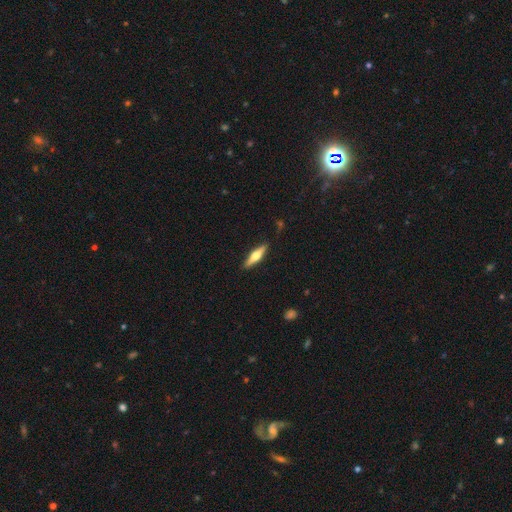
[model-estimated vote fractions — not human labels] featured or disk 55%, smooth 39%, star or artifact 6%. Down the decision tree: edge-on disk — yes (95%); edge-on bulge — rounded (91%); merging — none (88%).